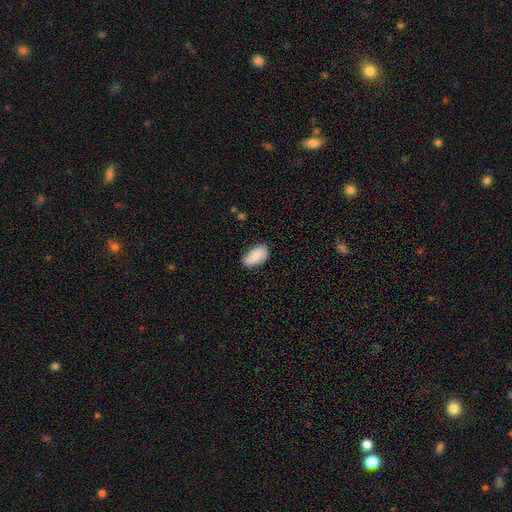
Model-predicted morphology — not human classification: A smooth galaxy with no disk features (77%) that is in between round and cigar-shaped (94%).

Vote fractions:
- Smooth or featured? smooth: 77% / featured or disk: 16% / star or artifact: 7%
- How rounded? in between: 94% / round: 4% / cigar-shaped: 2%
- Merging? none: 79% / minor disturbance: 17% / major disturbance: 3% / merger: 1%